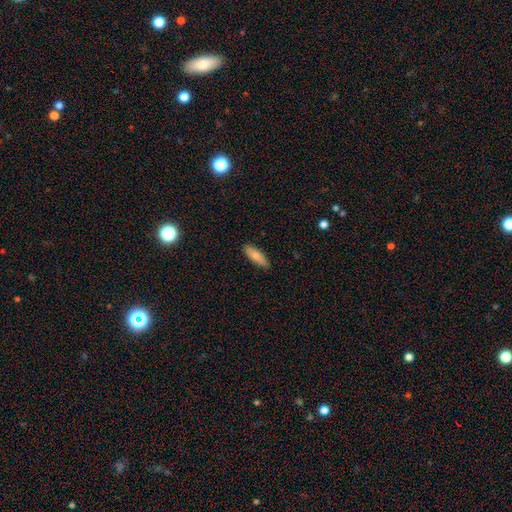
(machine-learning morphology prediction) Smooth or featured?
  - smooth: 81% *
  - featured or disk: 13%
  - star or artifact: 6%
How rounded?
  - in between: 57% *
  - cigar-shaped: 41%
  - round: 2%
Merging?
  - none: 88% *
  - minor disturbance: 9%
  - major disturbance: 2%
  - merger: 1%